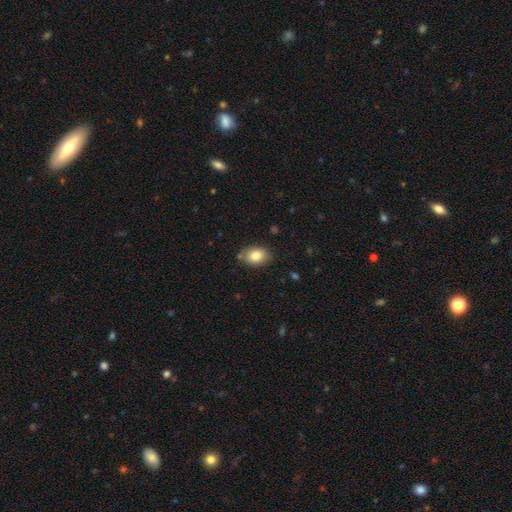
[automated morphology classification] This appears to be a smooth galaxy with no disk features (83%) that is in between round and cigar-shaped (77%). Merging: none (81%).